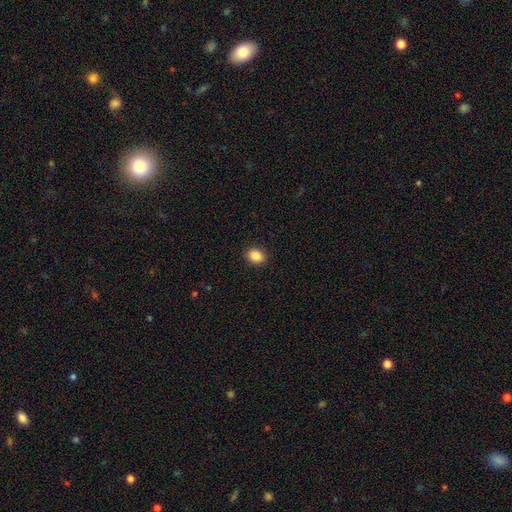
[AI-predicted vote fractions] Smooth or featured? smooth (88%)
How rounded? in between (50%)
Merging? none (91%)